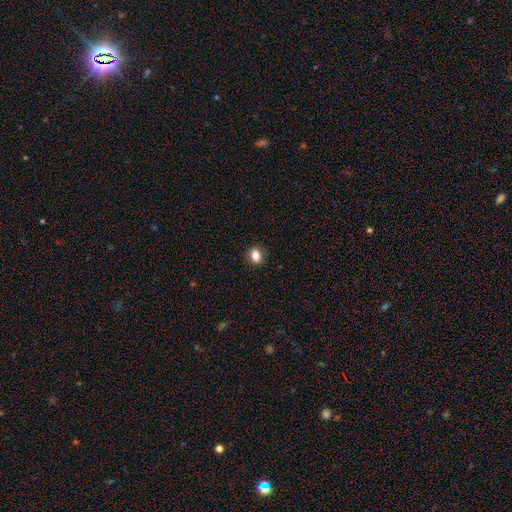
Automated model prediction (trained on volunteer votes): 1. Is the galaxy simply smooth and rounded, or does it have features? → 84% smooth, 10% star or artifact, 6% featured or disk.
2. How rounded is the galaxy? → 55% round, 44% in between, 1% cigar-shaped.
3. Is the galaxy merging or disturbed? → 89% none, 8% minor disturbance, 2% major disturbance, 1% merger.